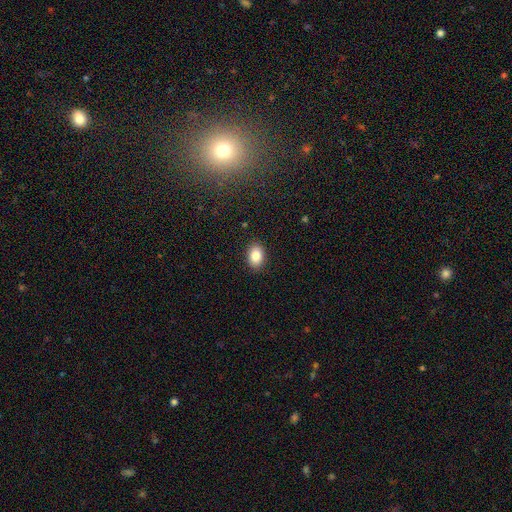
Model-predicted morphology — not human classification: Q: Smooth or featured?
A: smooth (86%); runner-up: star or artifact (8%)
Q: How rounded?
A: in between (79%); runner-up: round (19%)
Q: Merging?
A: none (89%); runner-up: minor disturbance (8%)